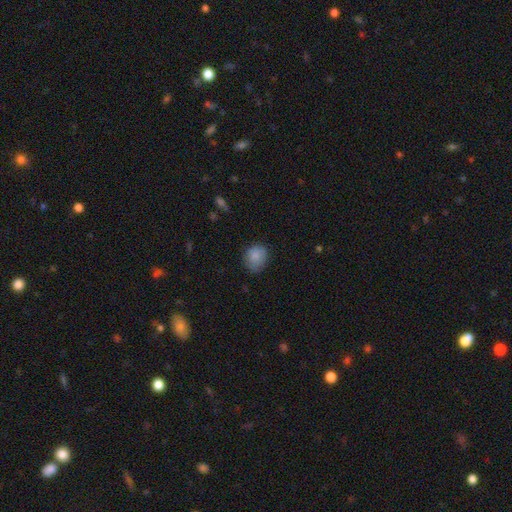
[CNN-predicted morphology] The model was most divided on "how rounded": round: 58%, in between: 41%, cigar-shaped: 1%. More confident: smooth or featured — smooth (85%); merging — none (70%).